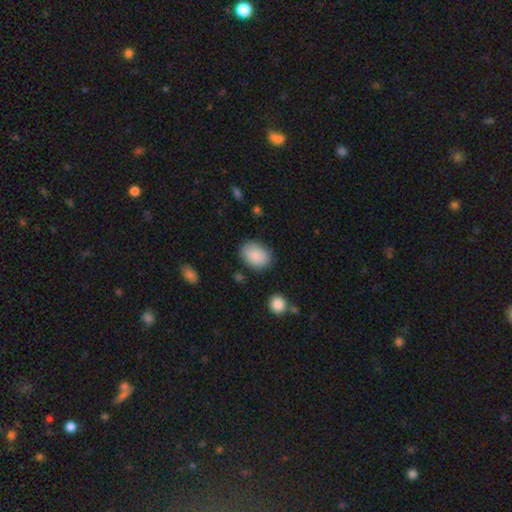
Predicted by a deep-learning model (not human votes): Smooth or featured? smooth (85%)
How rounded? in between (75%)
Merging? none (78%)